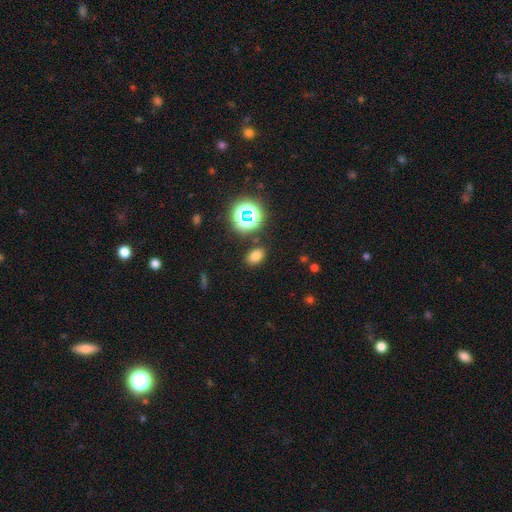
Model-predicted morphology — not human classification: Smooth or featured?
  - smooth: 72% *
  - star or artifact: 21%
  - featured or disk: 7%
How rounded?
  - in between: 79% *
  - round: 20%
  - cigar-shaped: 1%
Merging?
  - none: 84% *
  - minor disturbance: 9%
  - major disturbance: 3%
  - merger: 3%